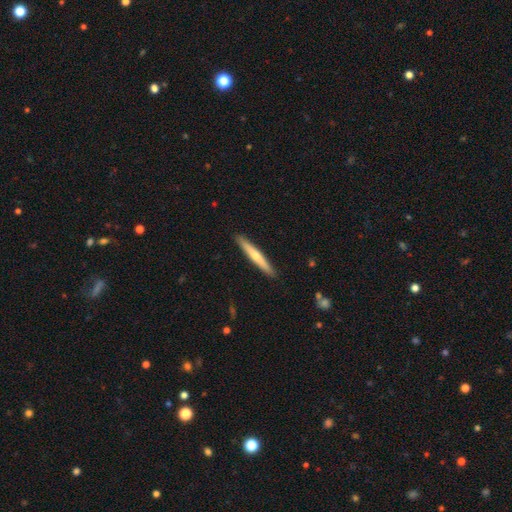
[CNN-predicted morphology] This is possibly a smooth galaxy (51%). How rounded: clearly cigar-shaped (95%). Merging: clearly none (92%).